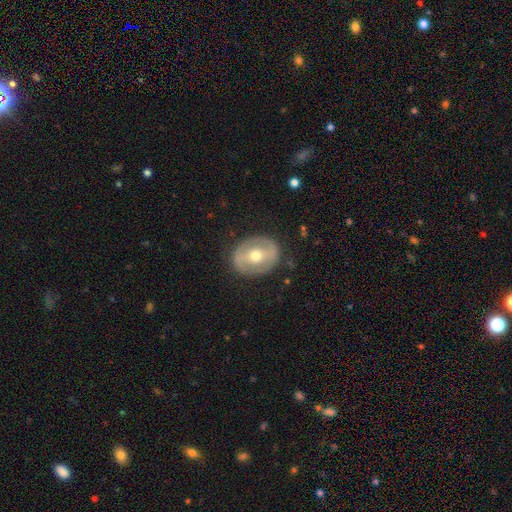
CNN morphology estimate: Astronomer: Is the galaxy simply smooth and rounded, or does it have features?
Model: featured or disk — 65%.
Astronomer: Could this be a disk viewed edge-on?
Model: no — 94%.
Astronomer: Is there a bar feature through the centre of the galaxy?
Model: strong — 36% (runner-up: weak, 34%).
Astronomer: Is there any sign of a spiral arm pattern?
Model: no — 65%.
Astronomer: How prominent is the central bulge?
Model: moderate — 71%.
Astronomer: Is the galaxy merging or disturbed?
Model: none — 84%.